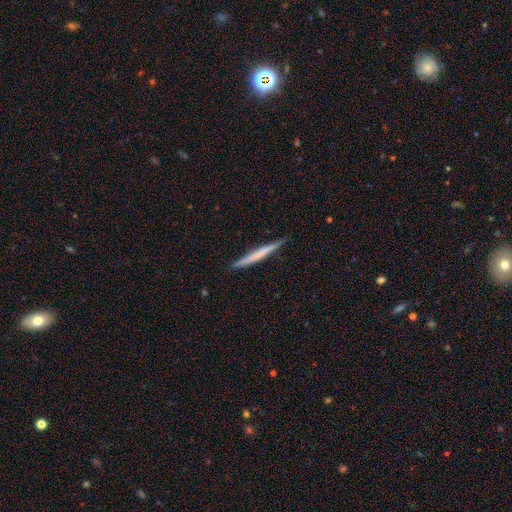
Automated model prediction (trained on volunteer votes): Smooth or featured? Predicted: smooth (p=0.54). How rounded? Predicted: cigar-shaped (p=0.97). Merging? Predicted: none (p=0.89).